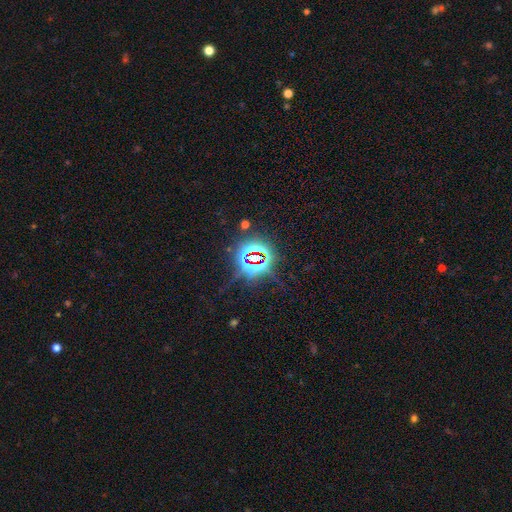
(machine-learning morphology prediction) Smooth or featured? star or artifact (83%)